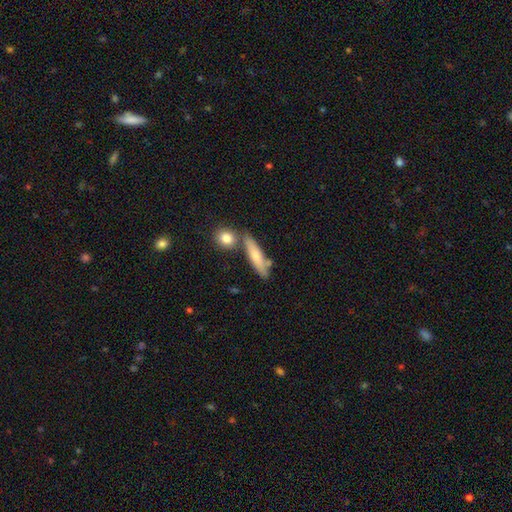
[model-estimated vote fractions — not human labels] smooth 67%, featured or disk 26%, star or artifact 6%. Down the decision tree: how rounded — cigar-shaped (68%); merging — none (64%).